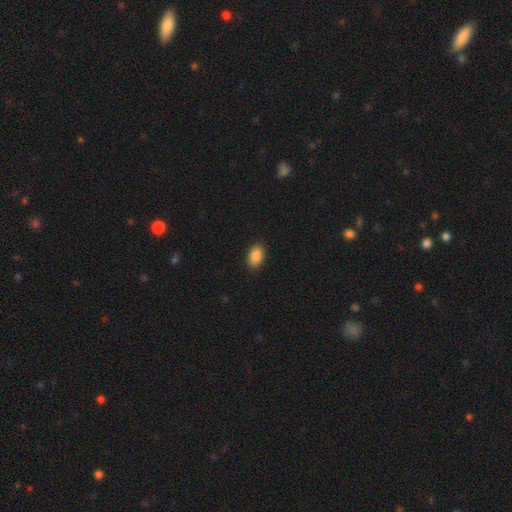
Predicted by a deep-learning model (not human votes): smooth_or_featured: smooth (p=0.88) [alt: star or artifact p=0.07]
how_rounded: in between (p=0.92) [alt: round p=0.05]
merging: none (p=0.89) [alt: minor disturbance p=0.08]